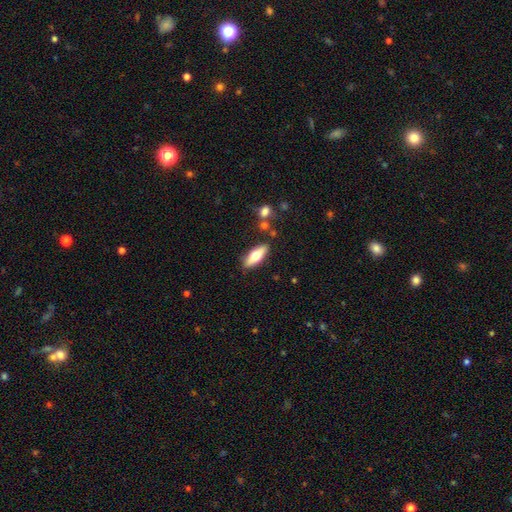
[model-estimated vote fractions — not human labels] This is possibly a smooth galaxy (58%). How rounded: likely in between (60%). Merging: clearly none (84%).